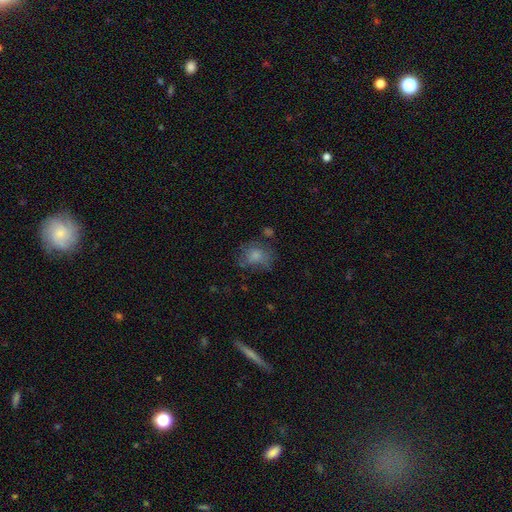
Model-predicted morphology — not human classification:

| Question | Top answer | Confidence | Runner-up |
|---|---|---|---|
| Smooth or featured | smooth | 74% | featured or disk (15%) |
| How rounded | round | 59% | in between (40%) |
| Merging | none | 52% | minor disturbance (25%) |